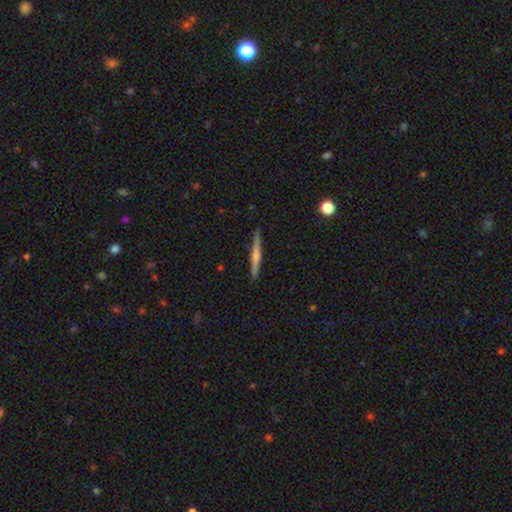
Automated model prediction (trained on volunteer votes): A featured or disk galaxy (59%) viewed edge-on (98%) with a rounded central bulge (67%).

Vote fractions:
- Smooth or featured? featured or disk: 59% / smooth: 35% / star or artifact: 6%
- Edge-on disk? yes: 98% / no: 2%
- Edge-on bulge? rounded: 67% / none: 22% / boxy: 10%
- Merging? none: 91% / minor disturbance: 7% / major disturbance: 1% / merger: 1%